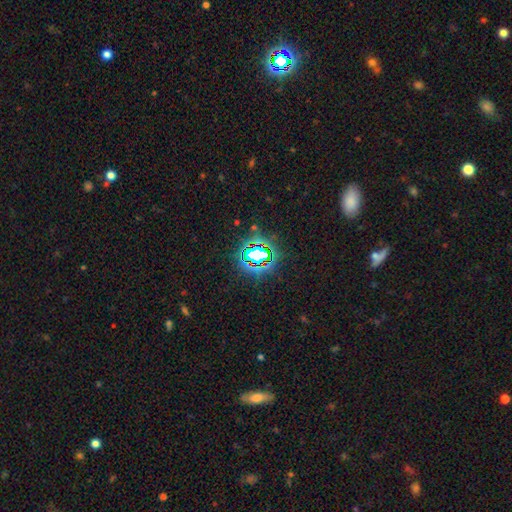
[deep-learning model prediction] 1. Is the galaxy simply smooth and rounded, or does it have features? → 71% star or artifact, 18% smooth, 11% featured or disk.